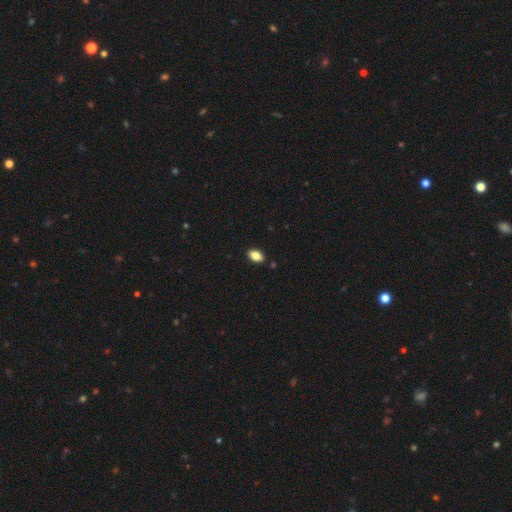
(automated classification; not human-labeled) Smooth or featured? Predicted: smooth (p=0.83). How rounded? Predicted: in between (p=0.91). Merging? Predicted: none (p=0.88).